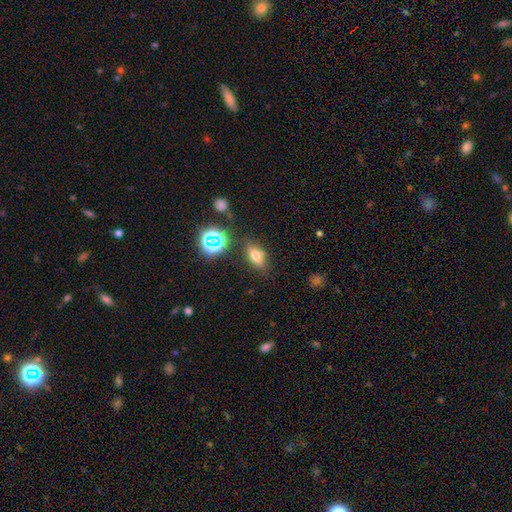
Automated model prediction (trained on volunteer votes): smooth 61%, featured or disk 20%, star or artifact 19%. Down the decision tree: how rounded — in between (72%); merging — none (76%).